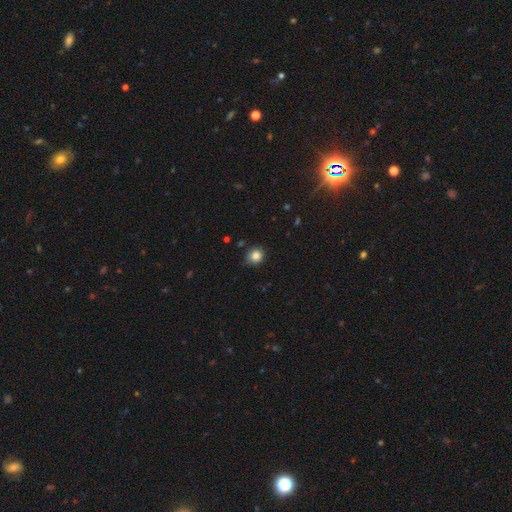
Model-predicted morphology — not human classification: This is clearly a smooth galaxy (85%). How rounded: clearly round (86%). Merging: likely none (80%).